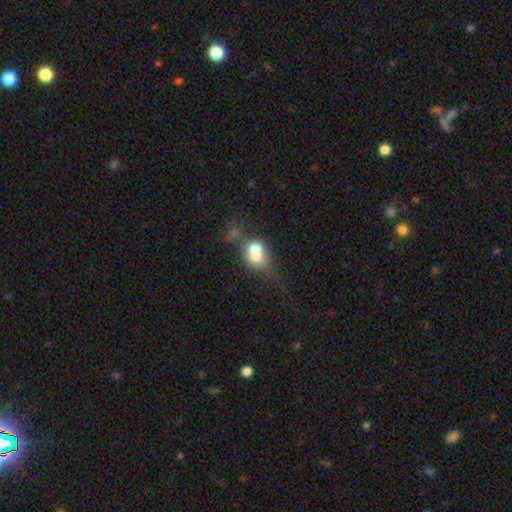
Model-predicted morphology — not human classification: Smooth or featured? smooth (60%)
How rounded? round (55%)
Merging? merger (62%)